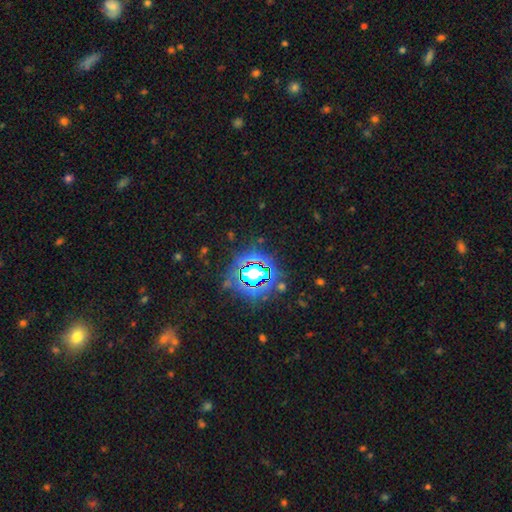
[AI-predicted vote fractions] star or artifact 80%, smooth 11%, featured or disk 8%.